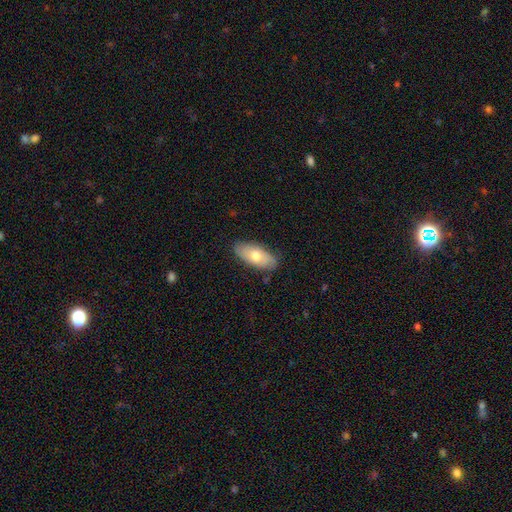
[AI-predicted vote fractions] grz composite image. It shows a smooth galaxy with no disk features (66%) that is in between round and cigar-shaped (89%). Merging: none (81%).